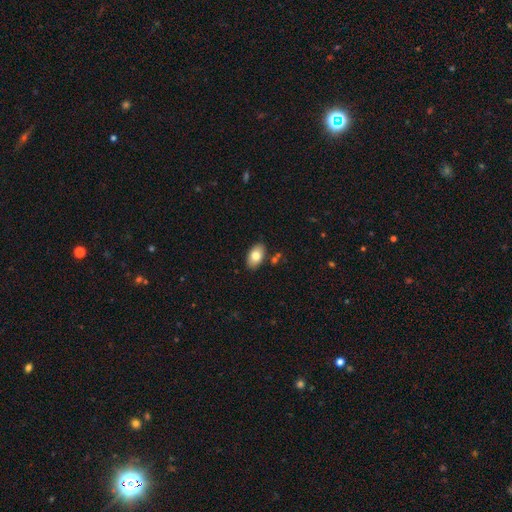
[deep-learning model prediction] This appears to be a smooth galaxy with no disk features (79%) that is in between round and cigar-shaped (92%). Merging: none (85%).